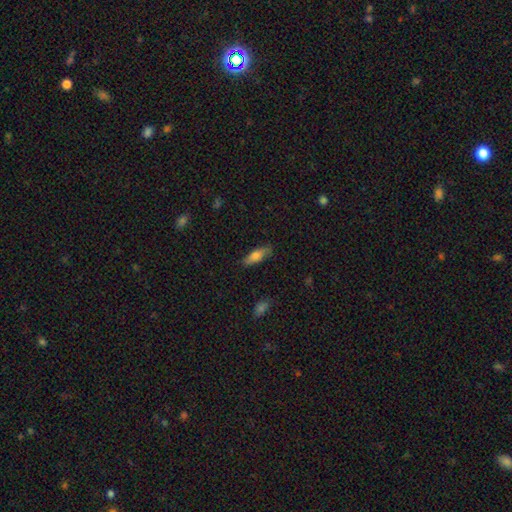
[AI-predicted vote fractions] A smooth galaxy with no disk features (73%) that is in between round and cigar-shaped (59%).

Vote fractions:
- Smooth or featured? smooth: 73% / featured or disk: 20% / star or artifact: 7%
- How rounded? in between: 59% / cigar-shaped: 39% / round: 2%
- Merging? none: 80% / minor disturbance: 15% / major disturbance: 3% / merger: 1%